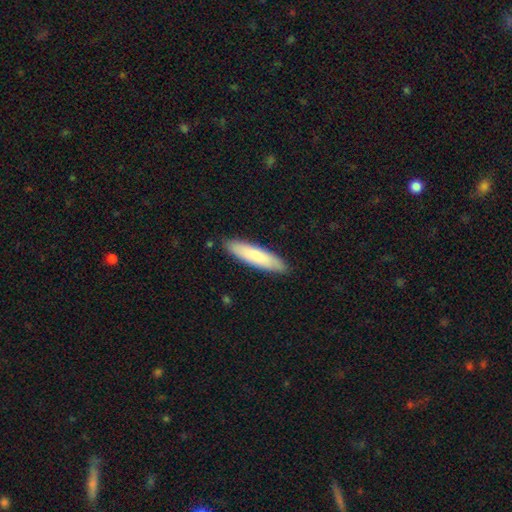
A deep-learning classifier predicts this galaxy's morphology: Smooth or featured?
  - smooth: 78% *
  - featured or disk: 17%
  - star or artifact: 5%
How rounded?
  - cigar-shaped: 76% *
  - in between: 23%
  - round: 1%
Merging?
  - none: 88% *
  - minor disturbance: 9%
  - major disturbance: 2%
  - merger: 1%